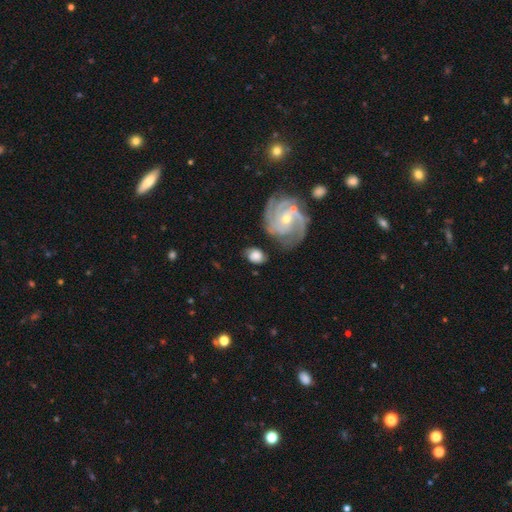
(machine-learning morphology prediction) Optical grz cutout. It shows a smooth galaxy with no disk features (52%) that is in between round and cigar-shaped (68%). Merging: none (66%).